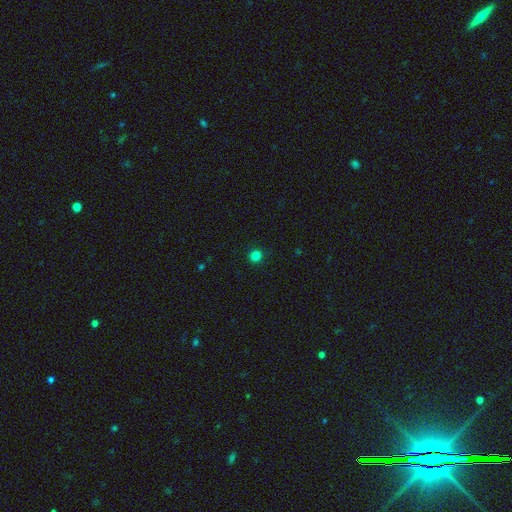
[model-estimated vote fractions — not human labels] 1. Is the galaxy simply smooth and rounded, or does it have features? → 82% smooth, 15% star or artifact, 3% featured or disk.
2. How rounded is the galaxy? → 94% round, 5% in between, 1% cigar-shaped.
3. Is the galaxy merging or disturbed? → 93% none, 5% minor disturbance, 2% major disturbance, 1% merger.